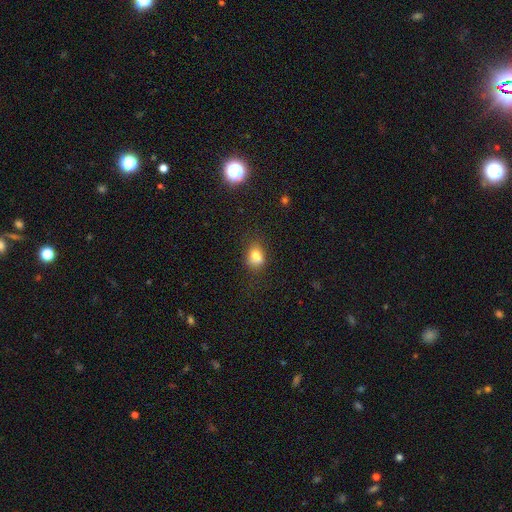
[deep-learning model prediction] Smooth or featured: smooth — 73% (featured or disk — 14%)
How rounded: in between — 56% (round — 42%)
Merging: none — 47% (merger — 22%)